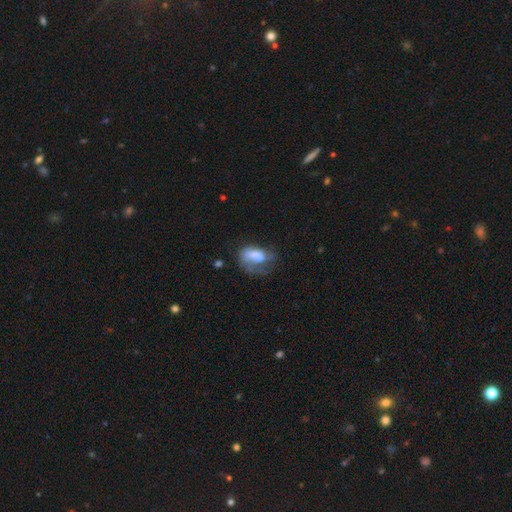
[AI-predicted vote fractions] smooth_or_featured: smooth (p=0.52) [alt: featured or disk p=0.39]
how_rounded: in between (p=0.84) [alt: round p=0.12]
merging: major disturbance (p=0.43) [alt: none p=0.28]